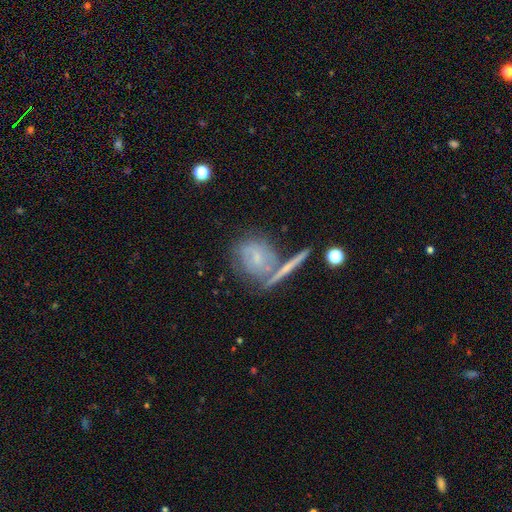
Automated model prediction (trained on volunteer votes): Smooth or featured: featured or disk — 52% (smooth — 39%)
Edge-on disk: no — 76% (yes — 24%)
Merging: none — 48% (merger — 26%)